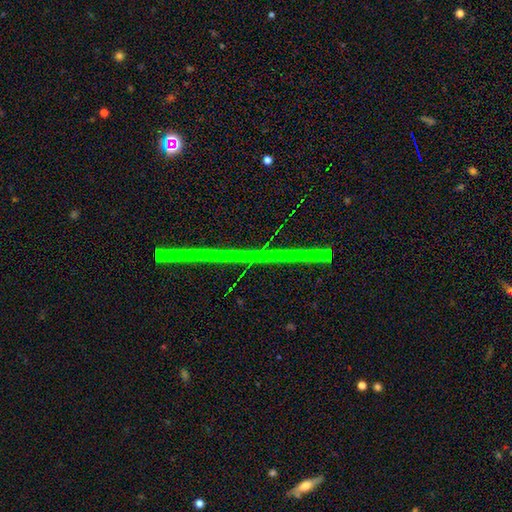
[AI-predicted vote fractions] The model was most divided on "smooth or featured": star or artifact: 51%, featured or disk: 36%, smooth: 13%.